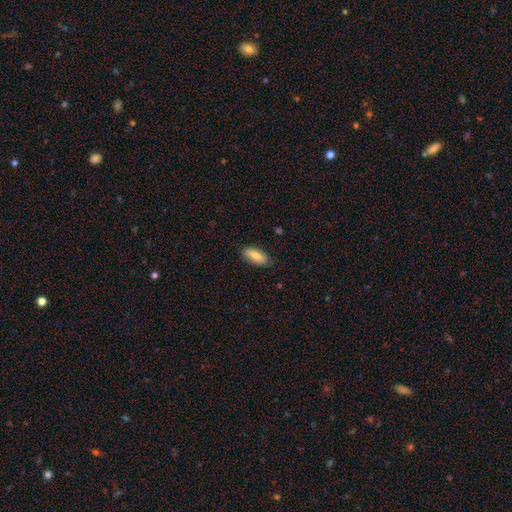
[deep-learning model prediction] Smooth or featured? smooth (81%)
How rounded? in between (81%)
Merging? none (82%)